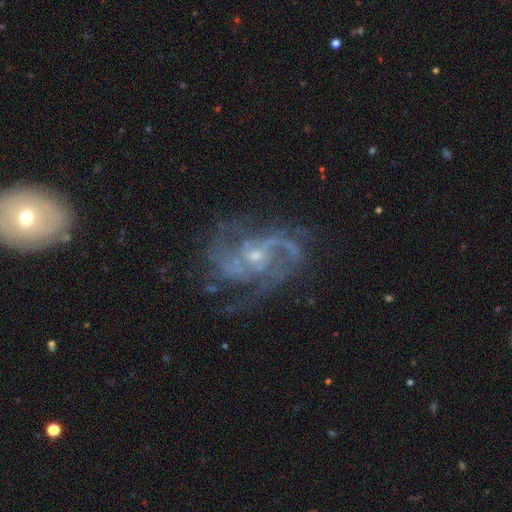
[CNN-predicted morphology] type=featured or disk (89%); edge-on=no (98%); bar=no (60%); spiral arms=yes (95%); winding=medium (51%); arm count=2 (53%); bulge=small (67%); merging=none (60%).